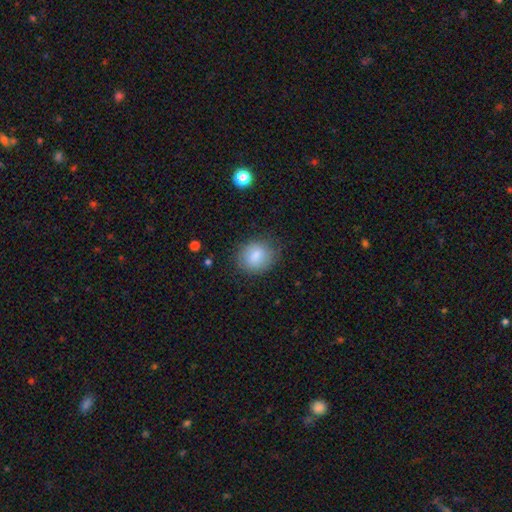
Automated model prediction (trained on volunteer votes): Q: Smooth or featured?
A: smooth (84%); runner-up: featured or disk (8%)
Q: How rounded?
A: round (69%); runner-up: in between (30%)
Q: Merging?
A: none (80%); runner-up: minor disturbance (14%)